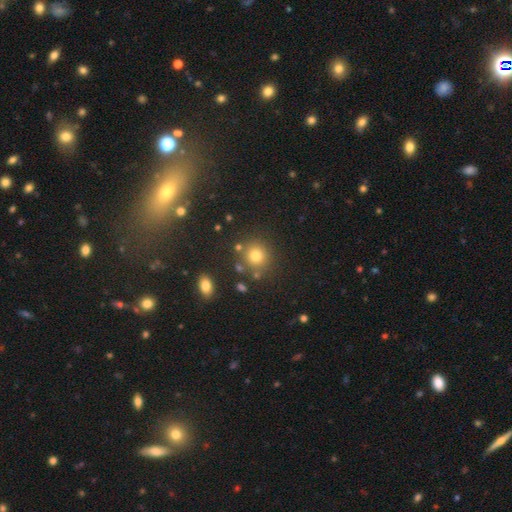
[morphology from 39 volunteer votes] A smooth galaxy with no disk features (85%) that is round (76%).

Vote fractions:
- Smooth or featured? smooth: 85% / star or artifact: 10% / featured or disk: 5%
- How rounded? round: 76% / in between: 24% / cigar-shaped: 0%
- Merging? none: 80% / major disturbance: 9% / merger: 9% / minor disturbance: 3%